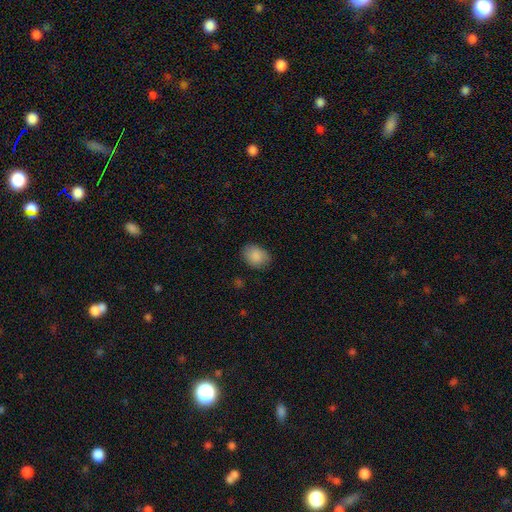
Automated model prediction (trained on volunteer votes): Smooth or featured?
  - smooth: 88% *
  - star or artifact: 7%
  - featured or disk: 5%
How rounded?
  - in between: 63% *
  - round: 36%
  - cigar-shaped: 1%
Merging?
  - none: 82% *
  - minor disturbance: 14%
  - major disturbance: 3%
  - merger: 1%